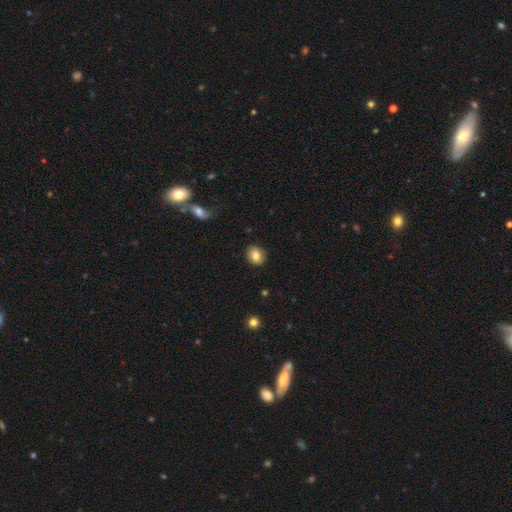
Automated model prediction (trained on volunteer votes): Morphology: type=smooth (80%); roundness=round (51%); merging=none (85%).